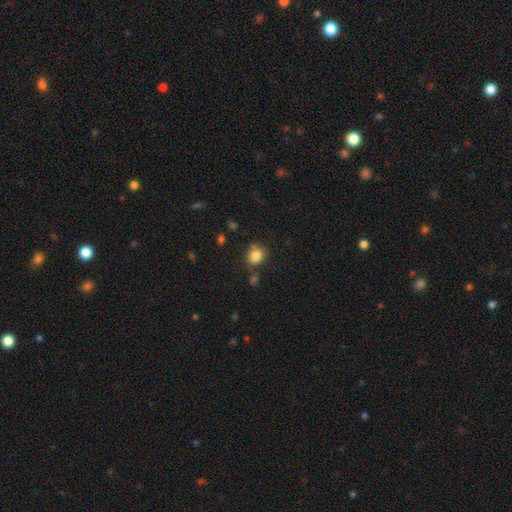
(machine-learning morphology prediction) Overall: smooth (84%). How rounded: round (73%). Merging: none (72%).